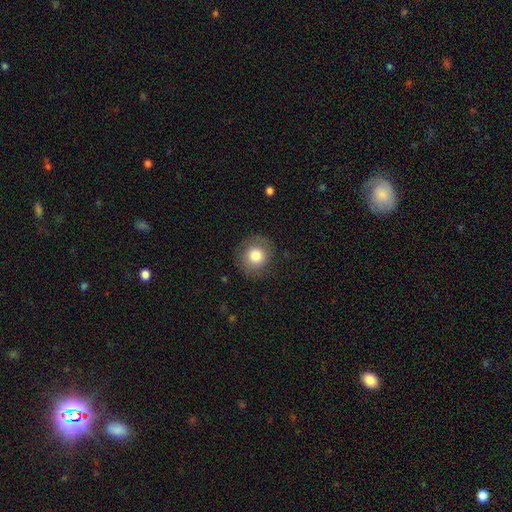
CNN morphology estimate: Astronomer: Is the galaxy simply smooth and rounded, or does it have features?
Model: smooth — 77%.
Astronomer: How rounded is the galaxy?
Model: round — 90%.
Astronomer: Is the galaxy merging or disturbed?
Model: none — 82%.